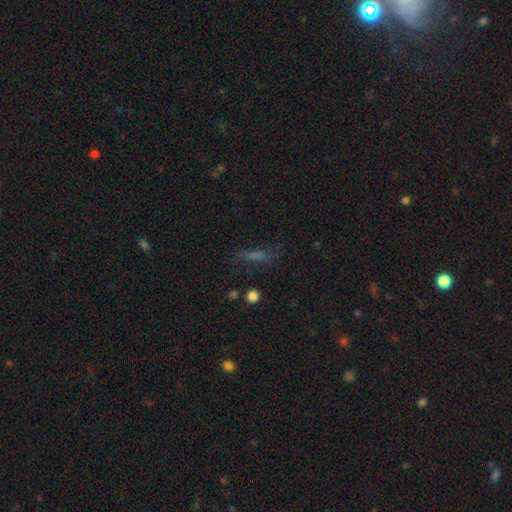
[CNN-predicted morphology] Smooth or featured? smooth (44%)
Merging? none (67%)